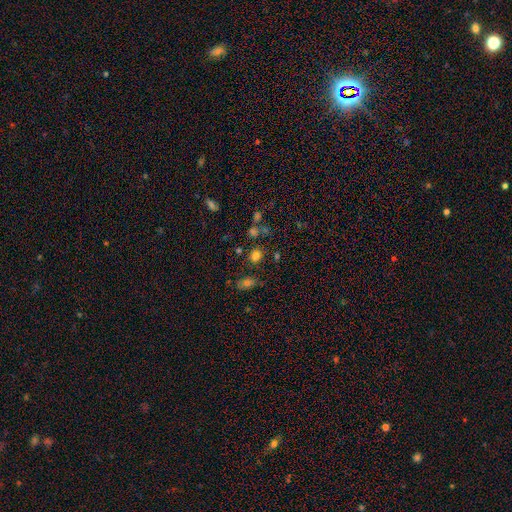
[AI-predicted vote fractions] The model was most divided on "how rounded": round: 65%, in between: 34%, cigar-shaped: 1%. More confident: merging — none (76%); smooth or featured — smooth (76%).